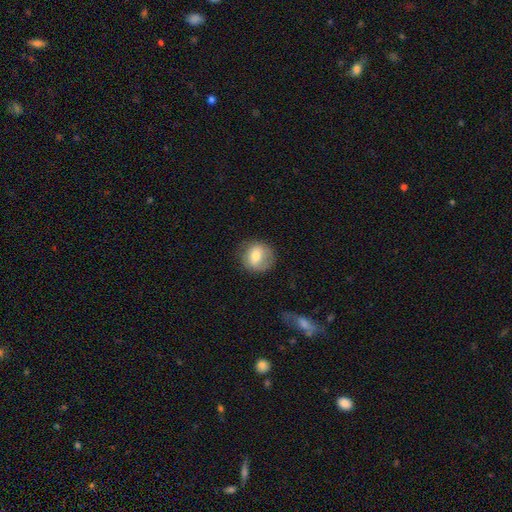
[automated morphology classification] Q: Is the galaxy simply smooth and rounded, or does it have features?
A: smooth — 70%.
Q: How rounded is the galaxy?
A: round — 82%.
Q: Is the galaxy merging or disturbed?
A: none — 77%.